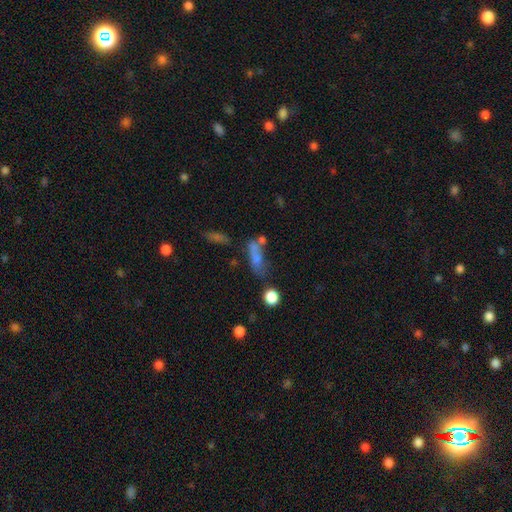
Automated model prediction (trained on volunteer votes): smooth_or_featured: smooth (p=0.64) [alt: featured or disk p=0.21]
how_rounded: in between (p=0.56) [alt: cigar-shaped p=0.35]
merging: none (p=0.36) [alt: merger p=0.29]